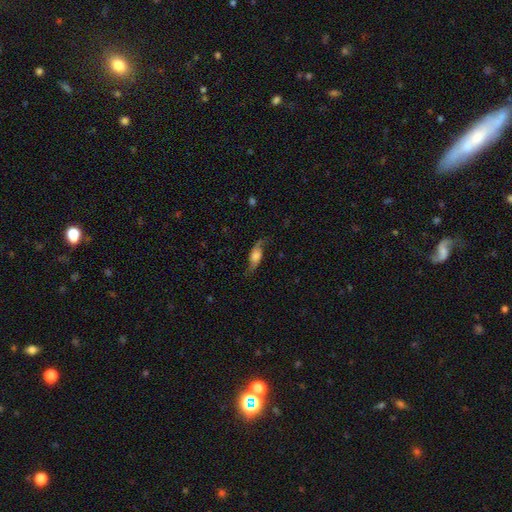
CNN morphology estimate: type=featured or disk (61%); edge-on=no (76%); merging=none (70%).